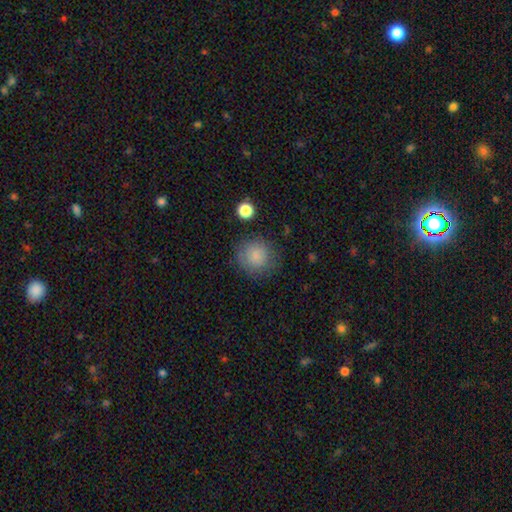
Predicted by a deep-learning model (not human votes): This is clearly a smooth galaxy (84%). How rounded: clearly round (91%). Merging: likely none (78%).